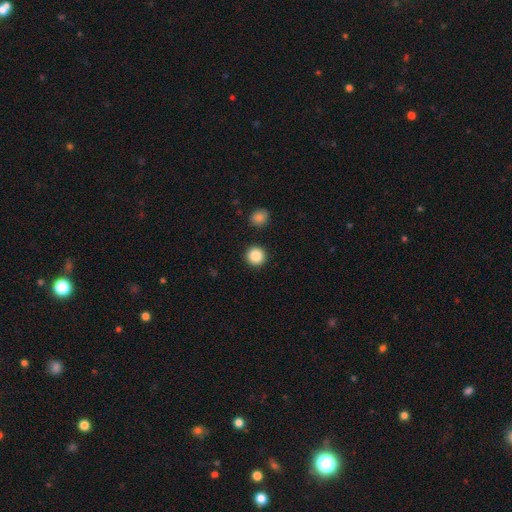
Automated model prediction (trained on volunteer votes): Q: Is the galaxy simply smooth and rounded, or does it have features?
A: smooth — 87%.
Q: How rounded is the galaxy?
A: round — 95%.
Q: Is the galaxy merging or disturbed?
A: none — 91%.